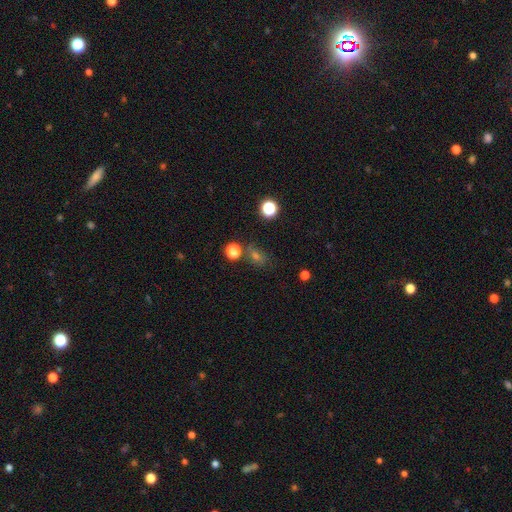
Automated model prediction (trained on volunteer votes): smooth_or_featured: smooth (p=0.52) [alt: star or artifact p=0.36]
how_rounded: in between (p=0.49) [alt: round p=0.48]
merging: none (p=0.70) [alt: minor disturbance p=0.14]